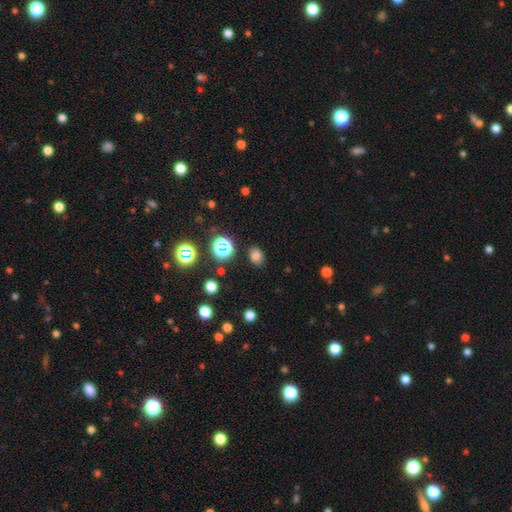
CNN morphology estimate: A smooth galaxy with no disk features (74%) that is in between round and cigar-shaped (60%).

Vote fractions:
- Smooth or featured? smooth: 74% / star or artifact: 19% / featured or disk: 6%
- How rounded? in between: 60% / round: 39% / cigar-shaped: 1%
- Merging? none: 84% / minor disturbance: 11% / major disturbance: 3% / merger: 2%